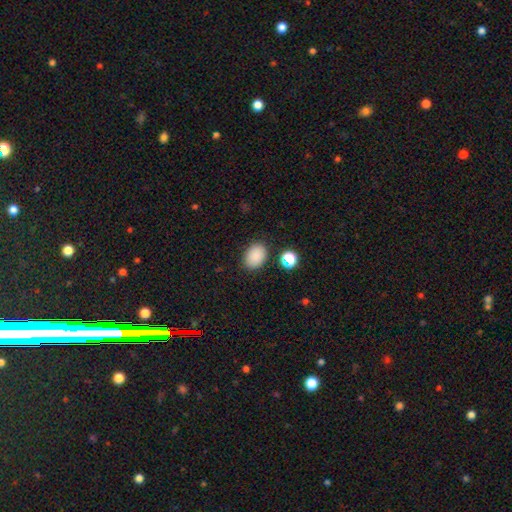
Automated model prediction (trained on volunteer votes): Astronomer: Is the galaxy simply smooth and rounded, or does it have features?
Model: smooth — 86%.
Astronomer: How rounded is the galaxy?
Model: in between — 76%.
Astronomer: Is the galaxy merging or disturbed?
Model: none — 83%.